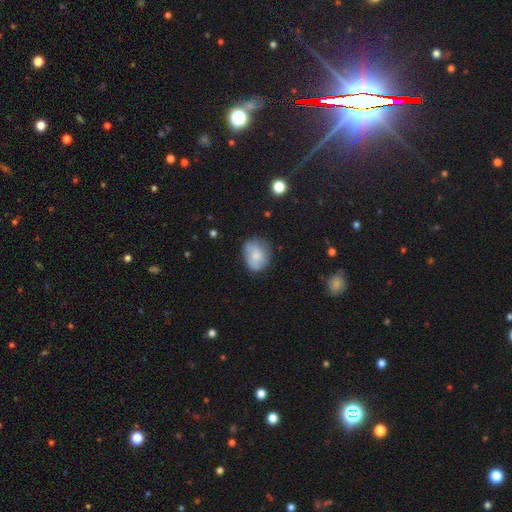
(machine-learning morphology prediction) A smooth galaxy with no disk features (66%) that is in between round and cigar-shaped (51%). Merging: none (61%).